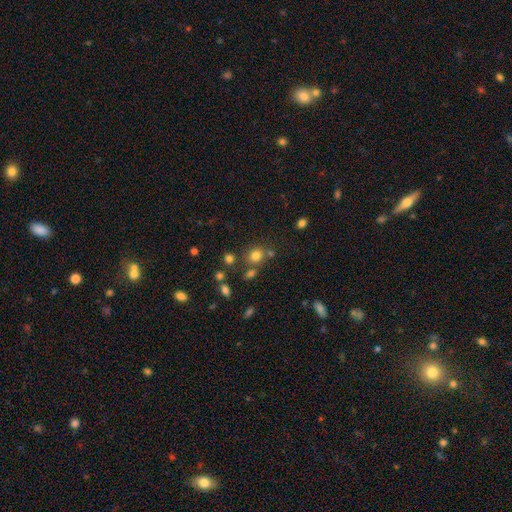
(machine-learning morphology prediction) Smooth or featured? Predicted: smooth (p=0.77). How rounded? Predicted: round (p=0.80). Merging? Predicted: none (p=0.71).